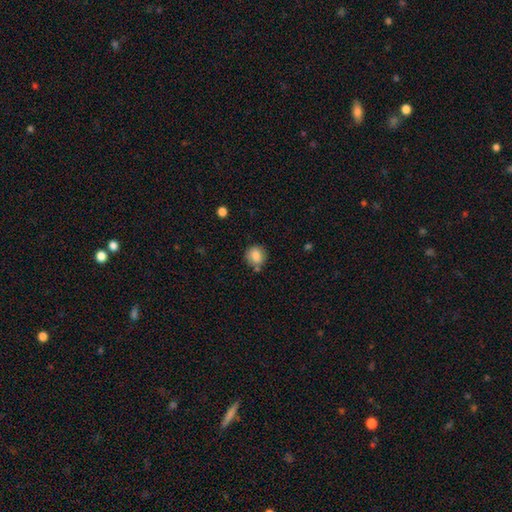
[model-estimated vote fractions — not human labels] Q: Smooth or featured?
A: smooth (83%); runner-up: star or artifact (9%)
Q: How rounded?
A: round (83%); runner-up: in between (16%)
Q: Merging?
A: none (76%); runner-up: minor disturbance (14%)